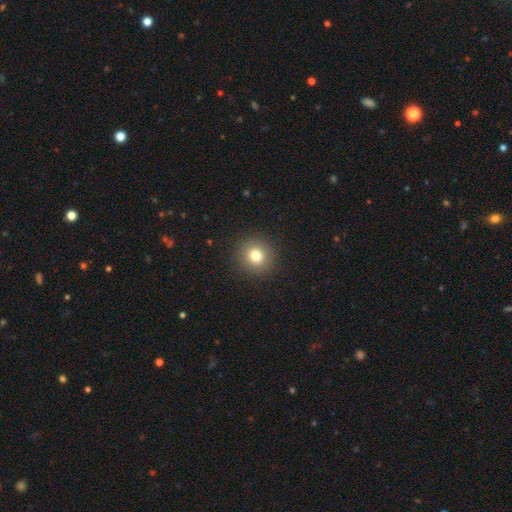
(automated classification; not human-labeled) smooth-or-featured: smooth: 79% | star or artifact: 12% | featured or disk: 9%
  how-rounded: round: 90% | in between: 9% | cigar-shaped: 1%
  merging: none: 91% | minor disturbance: 6% | major disturbance: 2% | merger: 1%